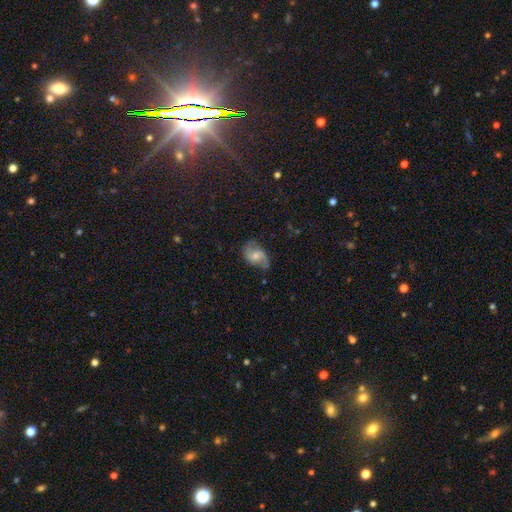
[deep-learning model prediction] Smooth or featured: featured or disk — 75% (smooth — 17%)
Edge-on disk: no — 97% (yes — 3%)
Bar: no — 52% (weak — 41%)
Spiral arms: yes — 94% (no — 6%)
Spiral winding: loose — 49% (medium — 40%)
Spiral arm count: 2 — 91% (can't tell — 4%)
Bulge size: moderate — 50% (small — 40%)
Merging: none — 72% (minor disturbance — 20%)